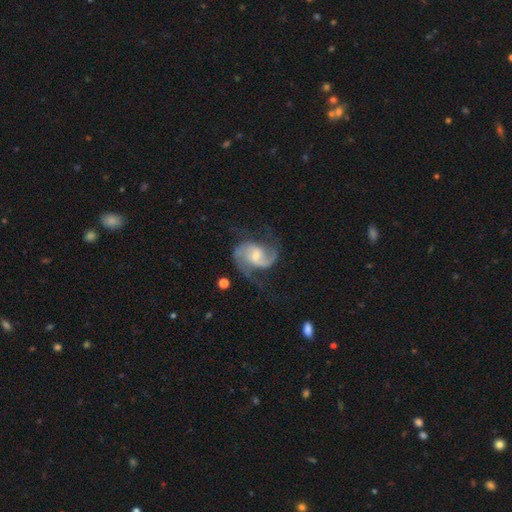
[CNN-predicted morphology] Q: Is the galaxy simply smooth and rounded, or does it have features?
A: featured or disk — 87%.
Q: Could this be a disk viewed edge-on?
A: no — 98%.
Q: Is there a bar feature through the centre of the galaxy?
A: weak — 52%.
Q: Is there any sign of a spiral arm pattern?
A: yes — 97%.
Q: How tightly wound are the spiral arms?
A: medium — 51%.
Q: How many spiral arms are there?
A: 2 — 86%.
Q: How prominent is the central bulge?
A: moderate — 44%.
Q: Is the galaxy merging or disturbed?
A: none — 59%.